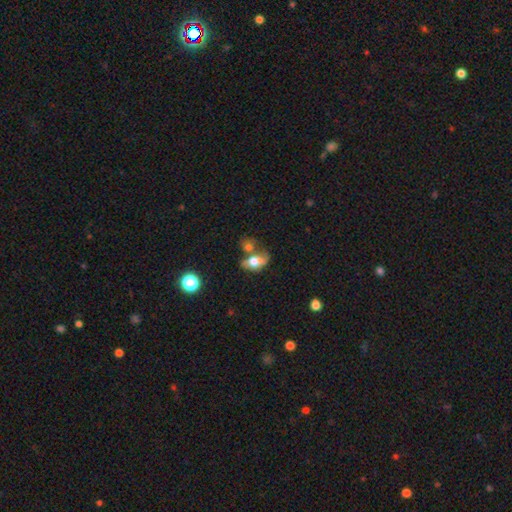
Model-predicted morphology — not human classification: smooth 53%, featured or disk 24%, star or artifact 23%. Down the decision tree: how rounded — in between (63%); merging — none (52%).